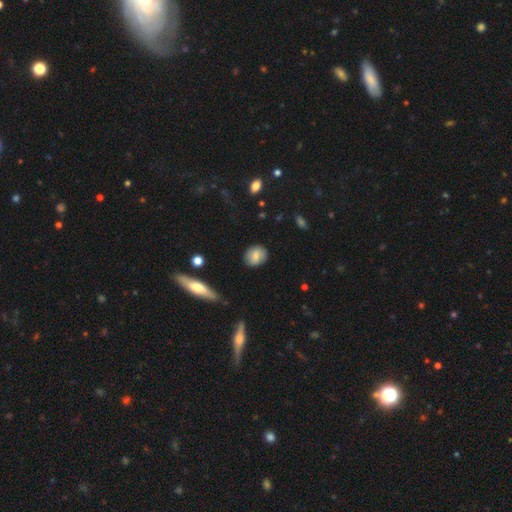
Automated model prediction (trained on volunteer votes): Smooth or featured?
  - smooth: 77% *
  - featured or disk: 15%
  - star or artifact: 8%
How rounded?
  - round: 58% *
  - in between: 40%
  - cigar-shaped: 2%
Merging?
  - none: 83% *
  - minor disturbance: 13%
  - major disturbance: 3%
  - merger: 1%